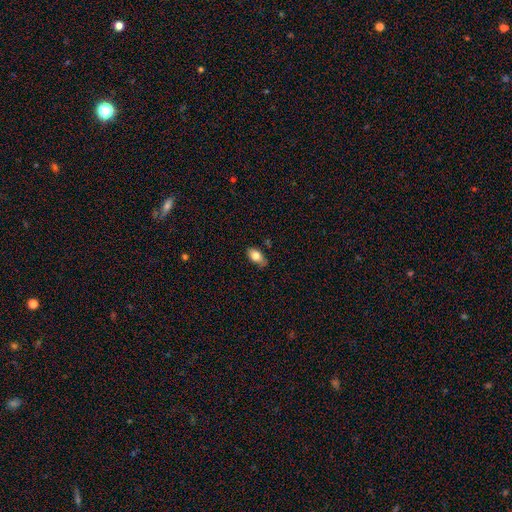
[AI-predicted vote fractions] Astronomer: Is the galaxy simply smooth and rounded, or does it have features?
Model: smooth — 79%.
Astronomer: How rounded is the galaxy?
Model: in between — 90%.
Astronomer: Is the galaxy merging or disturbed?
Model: none — 71%.